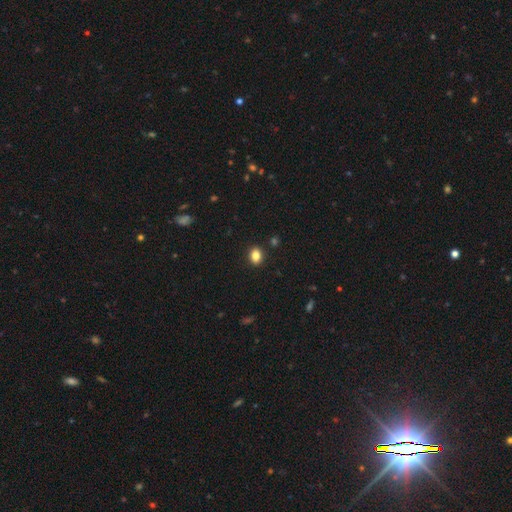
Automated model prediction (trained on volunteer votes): smooth 85%, star or artifact 10%, featured or disk 5%. Down the decision tree: how rounded — in between (63%); merging — none (89%).